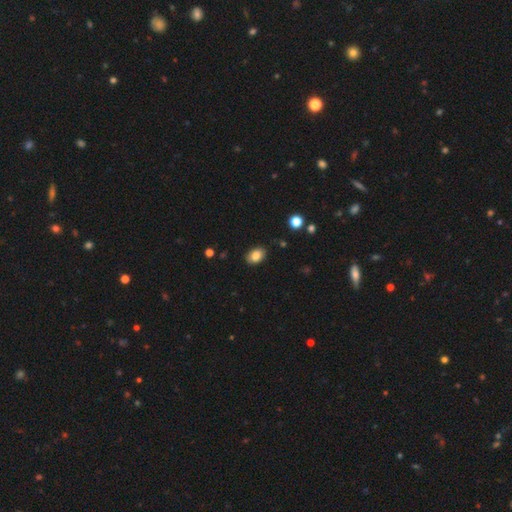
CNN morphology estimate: Overall: smooth (85%). How rounded: in between (81%). Merging: none (85%).